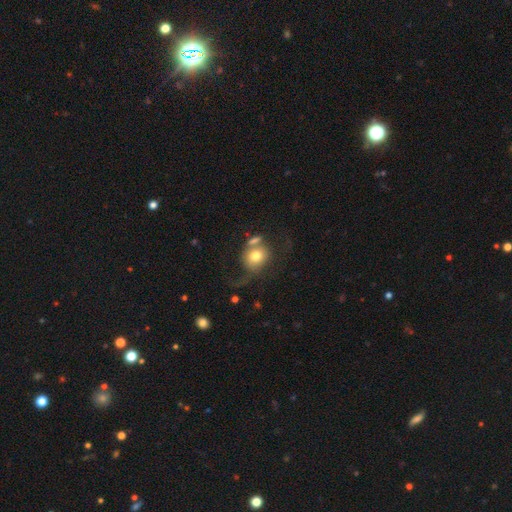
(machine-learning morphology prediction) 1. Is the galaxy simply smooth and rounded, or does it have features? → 65% smooth, 26% featured or disk, 10% star or artifact.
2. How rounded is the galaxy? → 70% round, 28% in between, 1% cigar-shaped.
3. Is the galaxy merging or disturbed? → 32% none, 26% major disturbance, 25% merger, 16% minor disturbance.